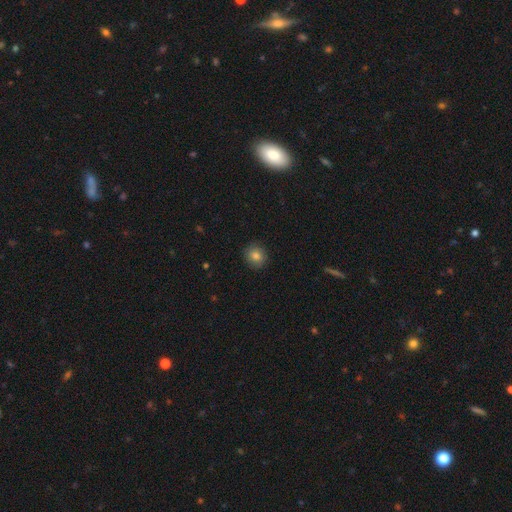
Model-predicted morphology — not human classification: Smooth or featured? smooth (80%)
How rounded? round (87%)
Merging? none (88%)